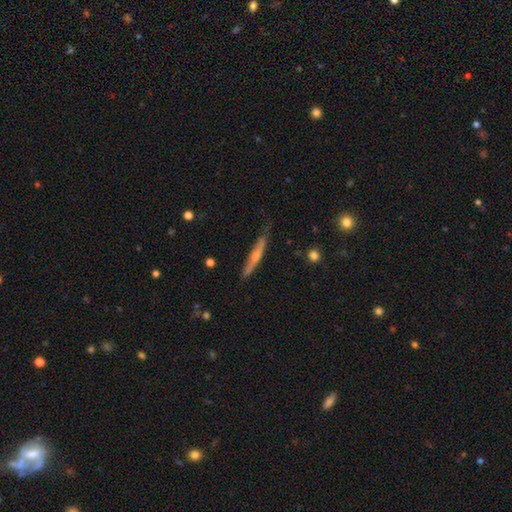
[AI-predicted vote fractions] smooth-or-featured: featured or disk: 50% | smooth: 44% | star or artifact: 6%
  merging: none: 66% | minor disturbance: 26% | major disturbance: 5% | merger: 2%